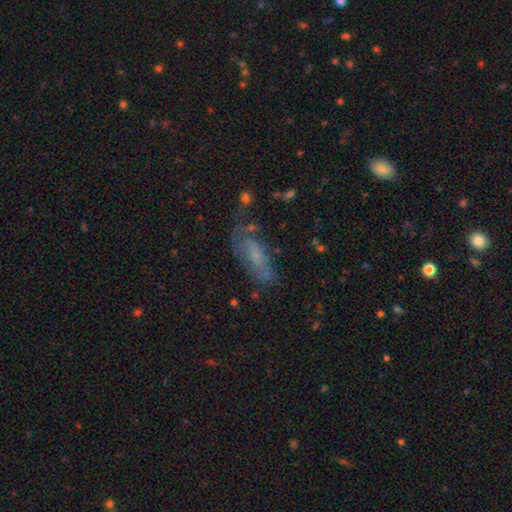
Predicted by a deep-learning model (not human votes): Smooth or featured: featured or disk — 47% (smooth — 37%)
Merging: none — 52% (minor disturbance — 24%)